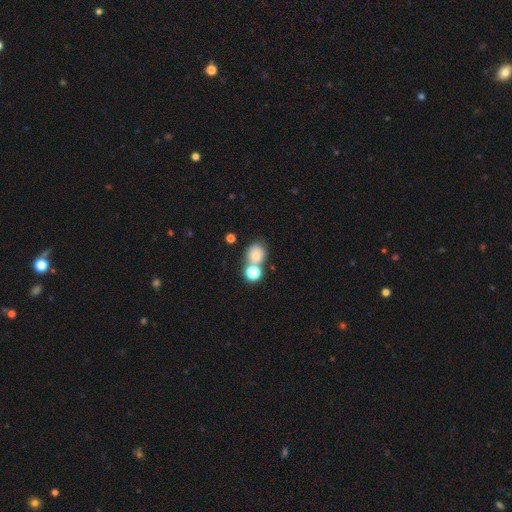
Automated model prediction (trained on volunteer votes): smooth-or-featured: smooth: 76% | star or artifact: 13% | featured or disk: 11%
  how-rounded: round: 70% | in between: 29% | cigar-shaped: 1%
  merging: none: 51% | merger: 34% | minor disturbance: 10% | major disturbance: 4%